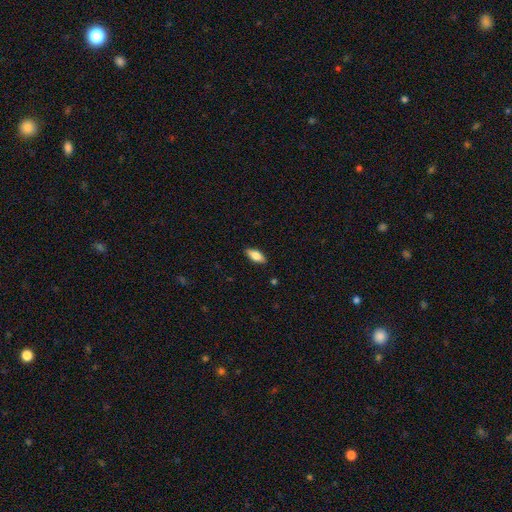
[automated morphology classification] This is likely a smooth galaxy (77%). How rounded: clearly in between (82%). Merging: clearly none (89%).